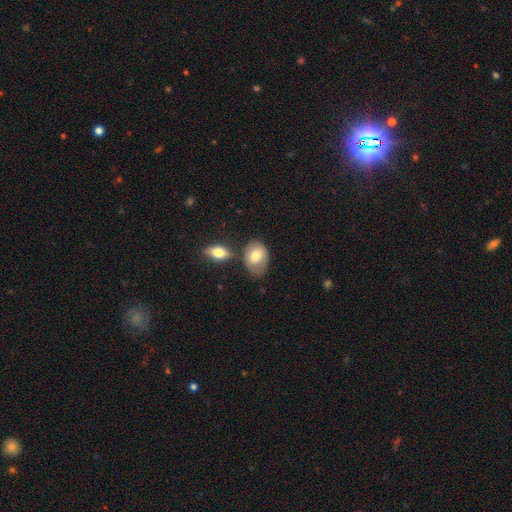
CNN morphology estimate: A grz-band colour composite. It shows a smooth galaxy with no disk features (73%) that is in between round and cigar-shaped (80%). Merging: none (55%).